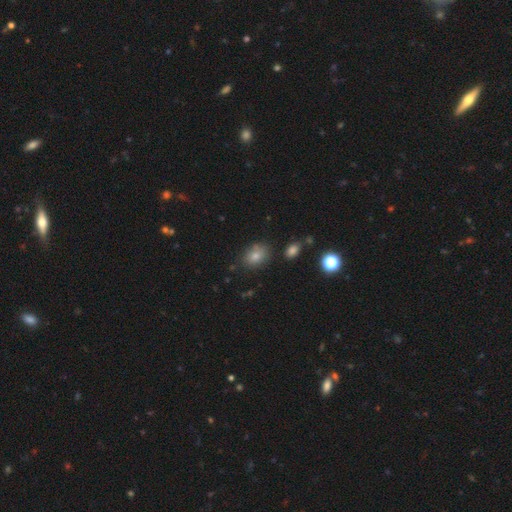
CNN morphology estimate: The model was most divided on "how rounded": in between: 74%, round: 25%, cigar-shaped: 1%. More confident: smooth or featured — smooth (80%); merging — none (76%).